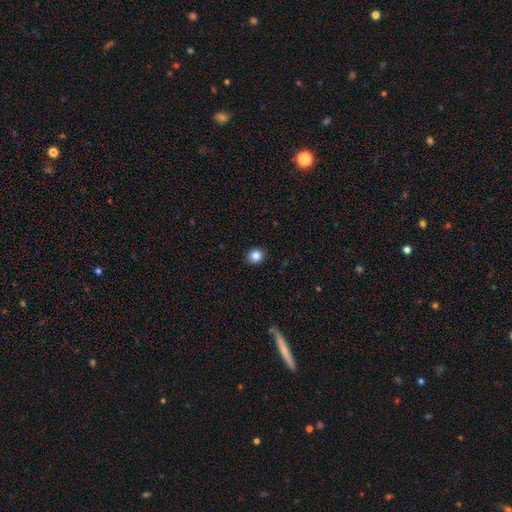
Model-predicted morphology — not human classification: Smooth or featured? Predicted: smooth (p=0.84). How rounded? Predicted: round (p=0.86). Merging? Predicted: none (p=0.92).